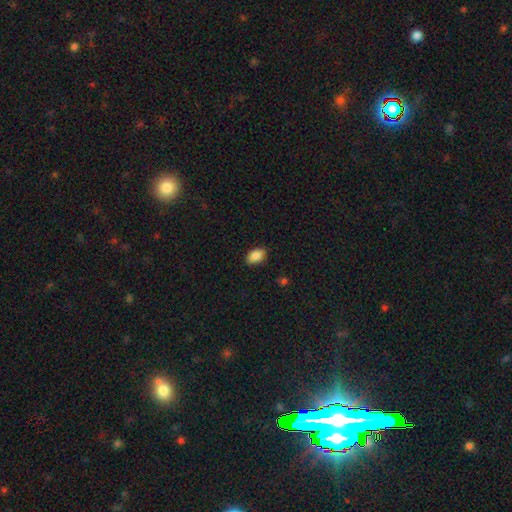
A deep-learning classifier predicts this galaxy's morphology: Overall: smooth (89%). How rounded: in between (91%). Merging: none (87%).